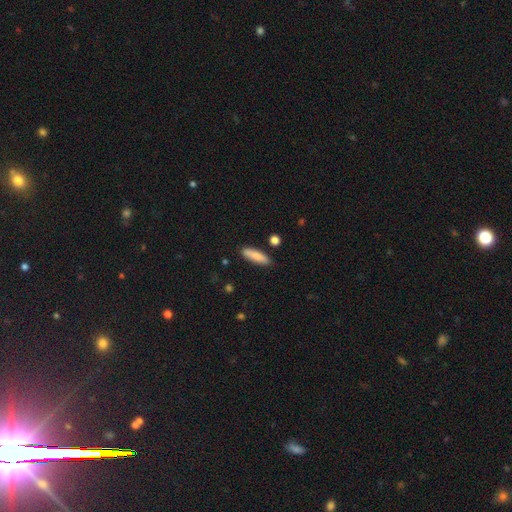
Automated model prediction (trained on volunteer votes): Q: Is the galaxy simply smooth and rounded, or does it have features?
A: smooth — 85%.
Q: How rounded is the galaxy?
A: cigar-shaped — 64%.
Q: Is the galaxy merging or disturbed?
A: none — 87%.